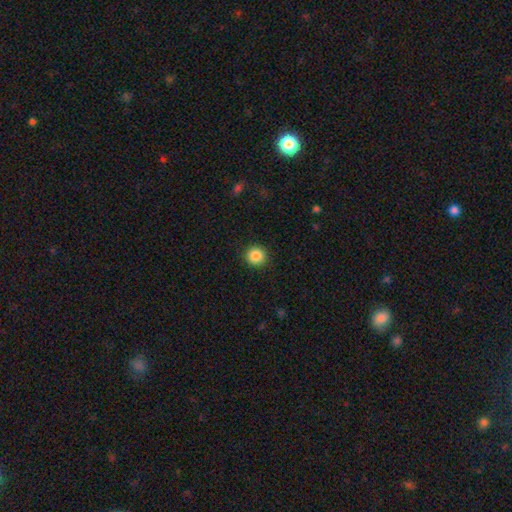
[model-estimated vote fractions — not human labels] A smooth galaxy with no disk features (87%) that is round (93%).

Vote fractions:
- Smooth or featured? smooth: 87% / star or artifact: 9% / featured or disk: 4%
- How rounded? round: 93% / in between: 6% / cigar-shaped: 1%
- Merging? none: 91% / minor disturbance: 6% / major disturbance: 2% / merger: 1%